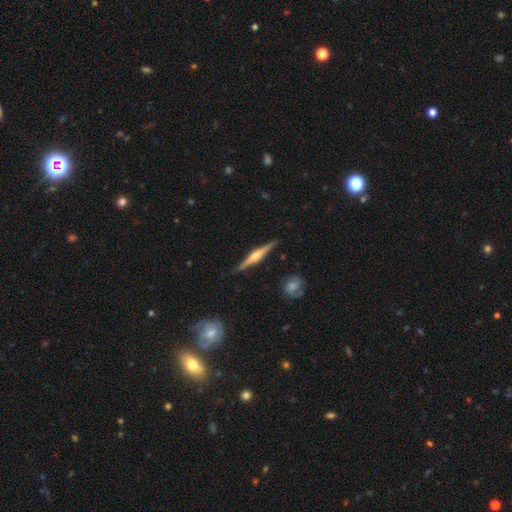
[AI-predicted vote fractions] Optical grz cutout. It shows a featured or disk galaxy (77%) viewed edge-on (98%) with a rounded central bulge (90%). Merging: none (90%).